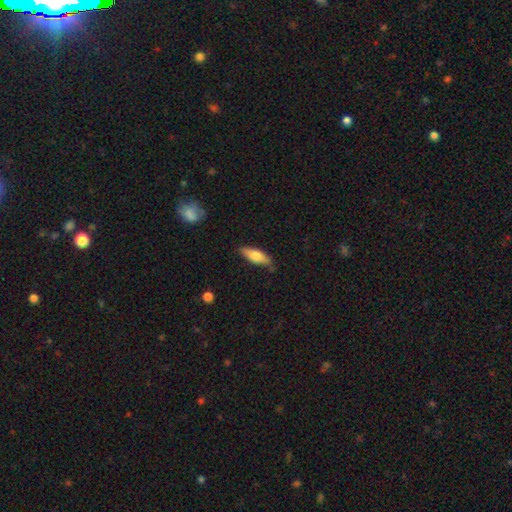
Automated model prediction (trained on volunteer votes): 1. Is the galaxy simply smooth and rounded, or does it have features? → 65% smooth, 29% featured or disk, 6% star or artifact.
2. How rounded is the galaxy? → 53% in between, 44% cigar-shaped, 2% round.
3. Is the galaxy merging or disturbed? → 77% none, 17% minor disturbance, 3% major disturbance, 2% merger.